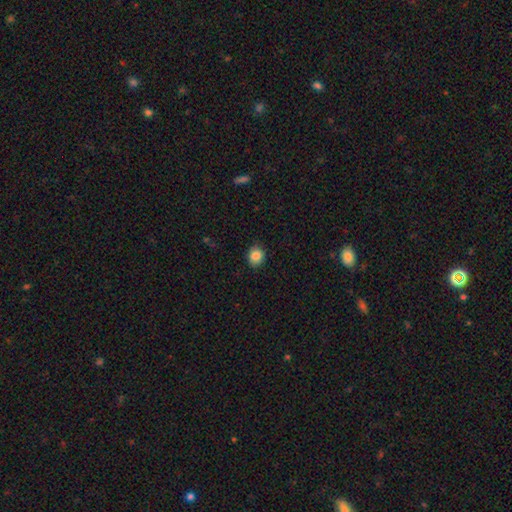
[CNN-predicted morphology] Smooth or featured? smooth (86%)
How rounded? round (67%)
Merging? none (85%)